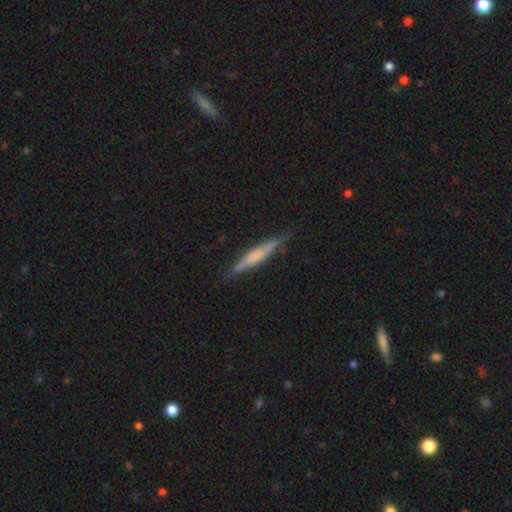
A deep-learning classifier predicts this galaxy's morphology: A featured or disk galaxy (52%) viewed edge-on (97%). Merging: none (86%).